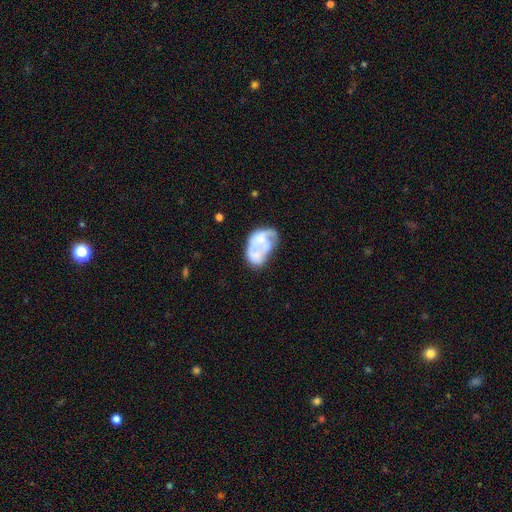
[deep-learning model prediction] A featured or disk galaxy (52%) with no bar (87%), no spiral arms (77%) and no central bulge (56%).

Vote fractions:
- Smooth or featured? featured or disk: 52% / smooth: 40% / star or artifact: 8%
- Edge-on disk? no: 98% / yes: 2%
- Bar? no: 87% / weak: 10% / strong: 3%
- Spiral arms? no: 77% / yes: 23%
- Bulge size? none: 56% / moderate: 17% / small: 16% / large: 8% / dominant: 2%
- Merging? major disturbance: 28% (tied) / none: 28% (tied) / minor disturbance: 25% / merger: 18%